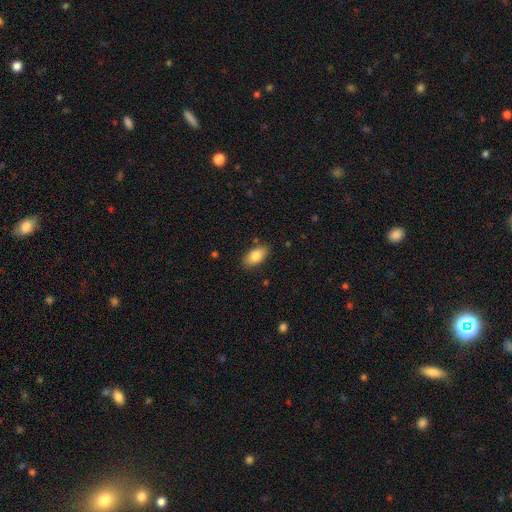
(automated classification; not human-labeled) Q: Smooth or featured?
A: smooth (82%); runner-up: featured or disk (11%)
Q: How rounded?
A: in between (92%); runner-up: round (4%)
Q: Merging?
A: none (85%); runner-up: minor disturbance (11%)